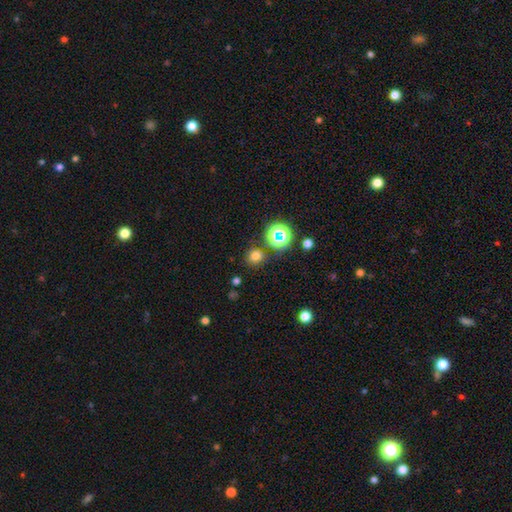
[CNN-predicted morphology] This is likely a smooth galaxy (71%). How rounded: clearly round (88%). Merging: clearly none (82%).